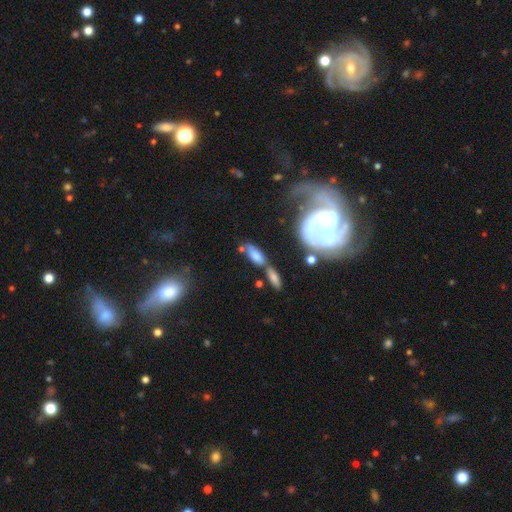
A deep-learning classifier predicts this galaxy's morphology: Overall: smooth (60%; featured or disk 30%). How rounded: in between (76%). Merging: none (45%; merger 27%).